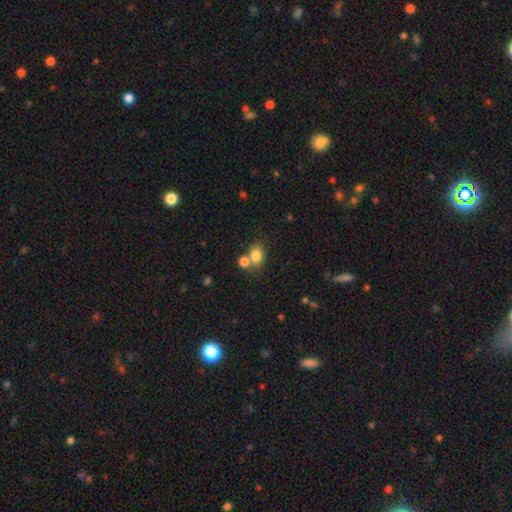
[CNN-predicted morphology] Smooth or featured? smooth (81%)
How rounded? in between (55%)
Merging? none (52%)